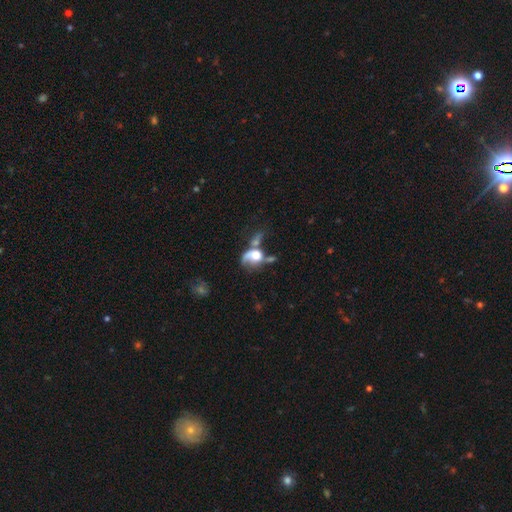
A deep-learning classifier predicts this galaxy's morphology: smooth-or-featured: featured or disk: 45% | smooth: 44% | star or artifact: 11%
  merging: merger: 36% | major disturbance: 34% | none: 18% | minor disturbance: 12%